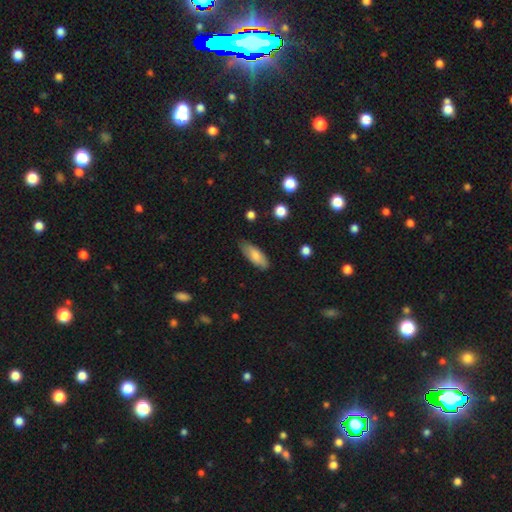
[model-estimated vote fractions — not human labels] smooth 78%, featured or disk 16%, star or artifact 6%. Down the decision tree: how rounded — in between (75%); merging — none (78%).